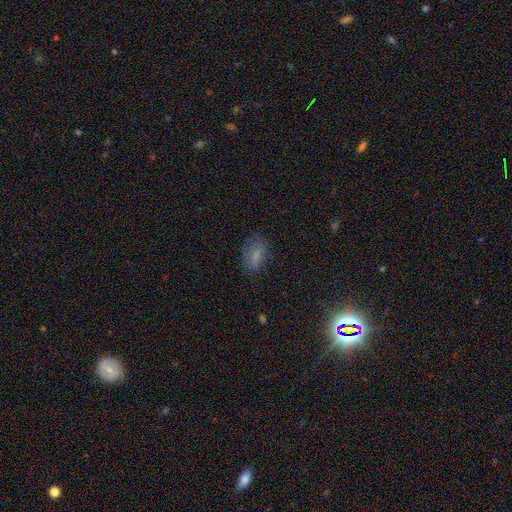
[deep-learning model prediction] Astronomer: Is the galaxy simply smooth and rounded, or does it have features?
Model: smooth — 72%.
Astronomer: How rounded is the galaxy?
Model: in between — 85%.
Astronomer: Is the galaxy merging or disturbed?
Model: none — 67%.